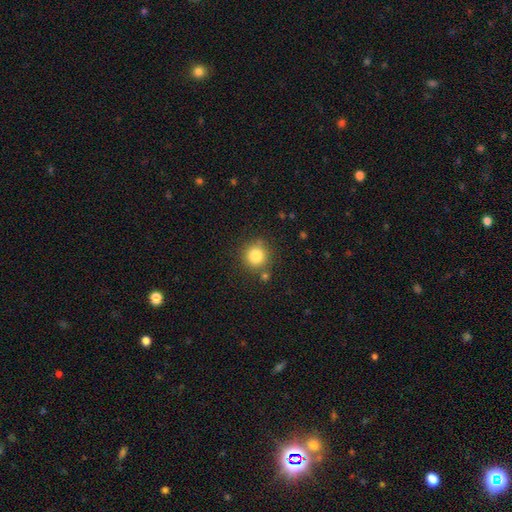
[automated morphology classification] Q: Smooth or featured?
A: smooth (83%); runner-up: star or artifact (11%)
Q: How rounded?
A: round (92%); runner-up: in between (7%)
Q: Merging?
A: none (79%); runner-up: minor disturbance (11%)